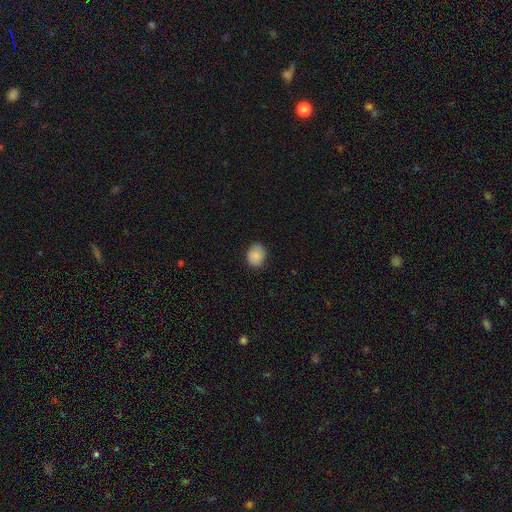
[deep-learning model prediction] Overall: smooth (87%). How rounded: round (56%; in between 43%). Merging: none (82%).